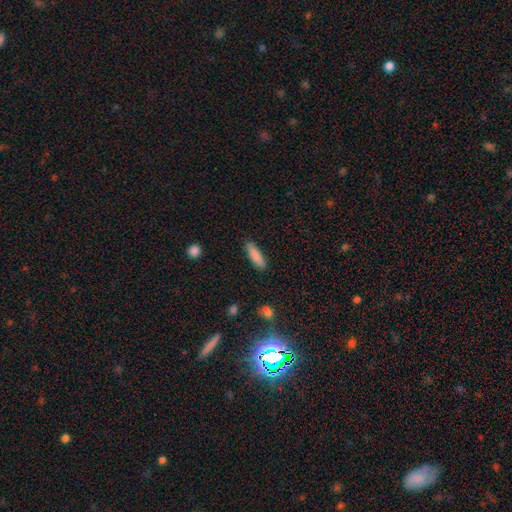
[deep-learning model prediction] Morphology: type=smooth (86%); roundness=cigar-shaped (65%); merging=none (88%).